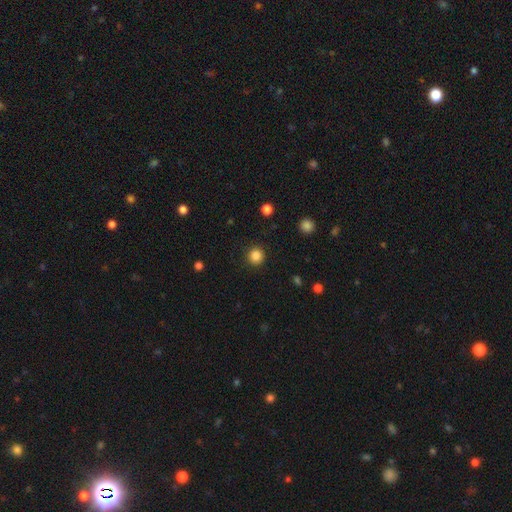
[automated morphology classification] smooth 85%, star or artifact 11%, featured or disk 3%. Down the decision tree: how rounded — round (94%); merging — none (92%).